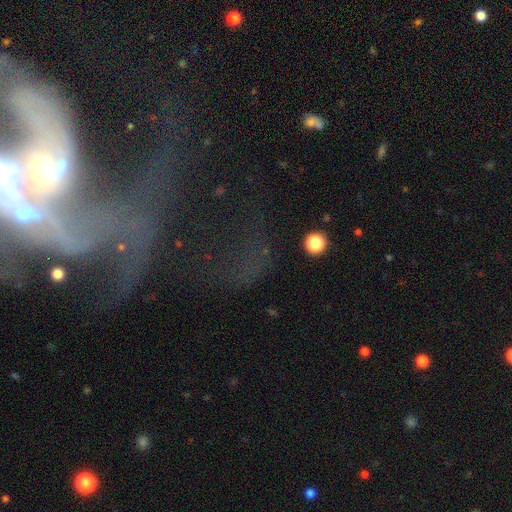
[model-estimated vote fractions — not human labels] This appears to be a featured or disk galaxy (47%). Merging: none (46%).